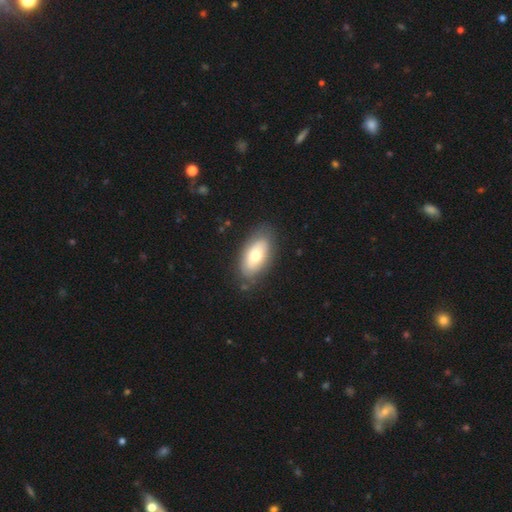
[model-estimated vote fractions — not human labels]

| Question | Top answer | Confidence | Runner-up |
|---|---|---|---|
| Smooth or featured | smooth | 61% | featured or disk (33%) |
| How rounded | in between | 91% | cigar-shaped (5%) |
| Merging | none | 79% | minor disturbance (15%) |